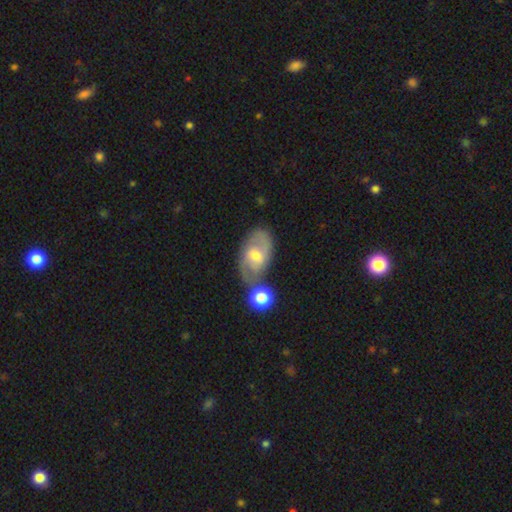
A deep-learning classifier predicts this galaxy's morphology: A featured or disk galaxy (66%) with a weak bar (48%), 2 (80%) medium (49%) spiral arms (85%) and a moderate central bulge (61%). Merging: none (55%).